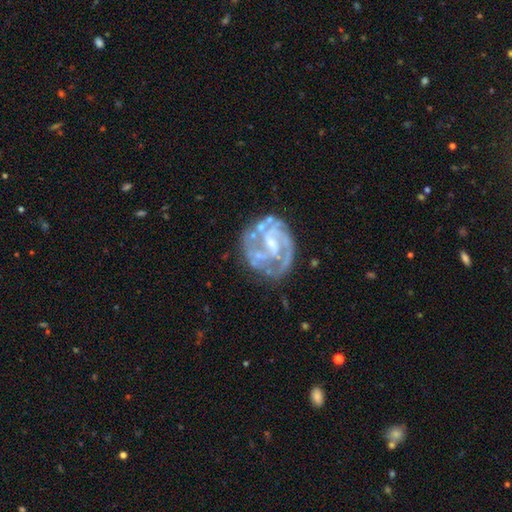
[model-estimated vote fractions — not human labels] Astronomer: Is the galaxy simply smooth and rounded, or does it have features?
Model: featured or disk — 87%.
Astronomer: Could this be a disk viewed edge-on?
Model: no — 98%.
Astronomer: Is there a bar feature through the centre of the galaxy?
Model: weak — 47% (runner-up: no, 35%).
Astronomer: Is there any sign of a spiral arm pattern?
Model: yes — 92%.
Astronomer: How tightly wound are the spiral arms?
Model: tight — 47% (runner-up: medium, 41%).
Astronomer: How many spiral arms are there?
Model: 2 — 42% (runner-up: 3, 22%).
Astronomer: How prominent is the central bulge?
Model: small — 46% (runner-up: moderate, 30%).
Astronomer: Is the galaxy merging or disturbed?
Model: none — 61%.